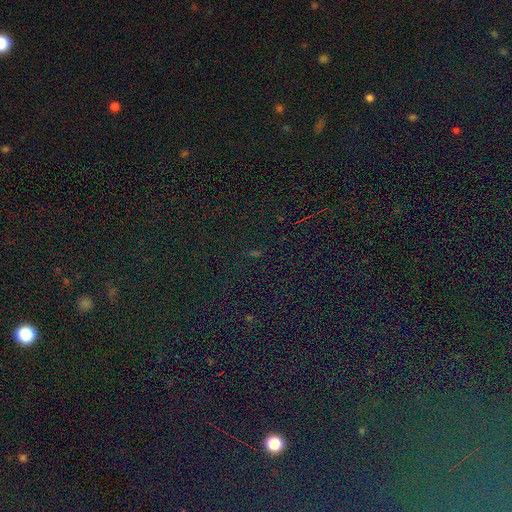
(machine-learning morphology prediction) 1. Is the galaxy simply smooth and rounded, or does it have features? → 82% star or artifact, 10% smooth, 7% featured or disk.